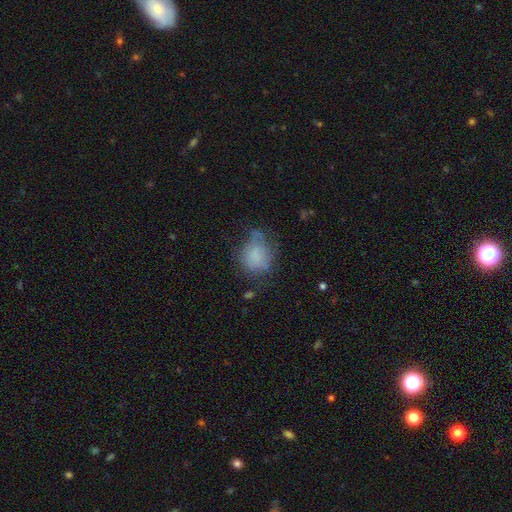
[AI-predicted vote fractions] Q: Smooth or featured?
A: smooth (70%); runner-up: featured or disk (19%)
Q: How rounded?
A: round (50%); runner-up: in between (49%)
Q: Merging?
A: none (41%); runner-up: minor disturbance (34%)